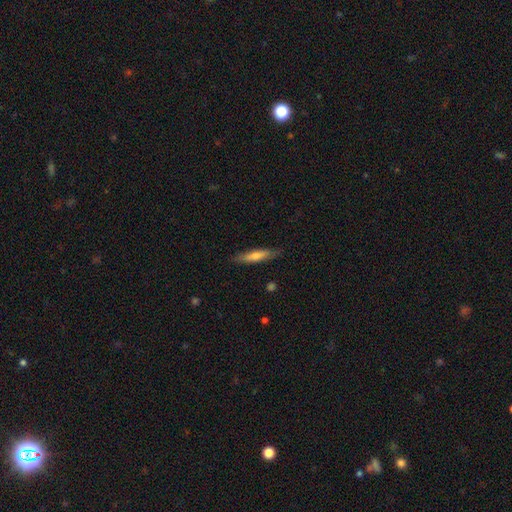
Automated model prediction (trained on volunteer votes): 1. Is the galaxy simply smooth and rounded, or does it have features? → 58% smooth, 36% featured or disk, 6% star or artifact.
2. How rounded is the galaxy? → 86% cigar-shaped, 12% in between, 2% round.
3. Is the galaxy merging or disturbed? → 87% none, 10% minor disturbance, 2% major disturbance, 1% merger.